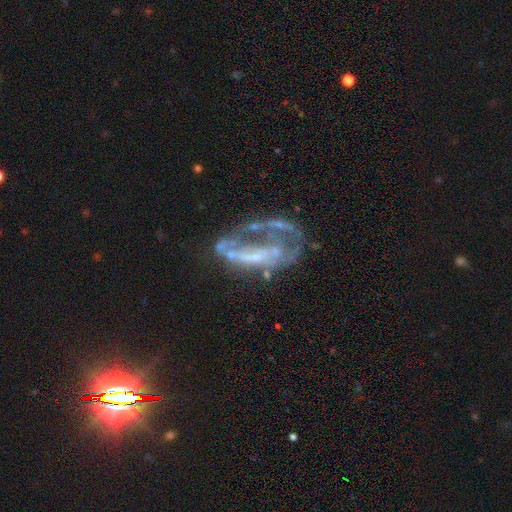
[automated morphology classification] Q: Smooth or featured?
A: featured or disk (71%); runner-up: smooth (15%)
Q: Edge-on disk?
A: no (94%); runner-up: yes (6%)
Q: Bar?
A: no (68%); runner-up: weak (19%)
Q: Spiral arms?
A: no (70%); runner-up: yes (30%)
Q: Bulge size?
A: none (58%); runner-up: small (26%)
Q: Merging?
A: major disturbance (42%); runner-up: none (30%)